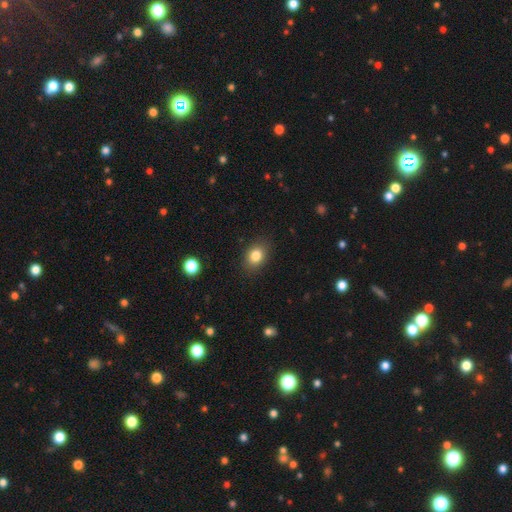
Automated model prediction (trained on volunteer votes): This is clearly a smooth galaxy (82%). How rounded: likely in between (63%). Merging: clearly none (86%).